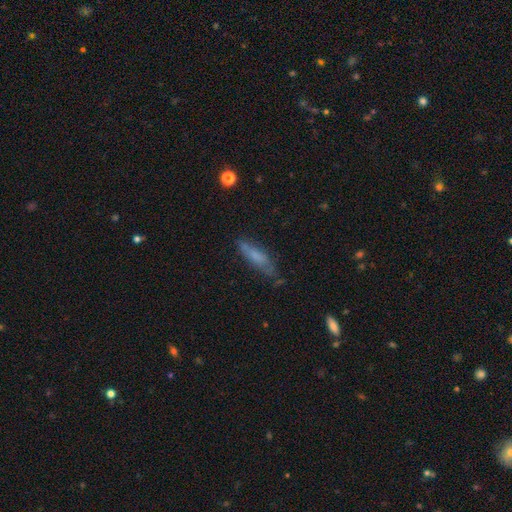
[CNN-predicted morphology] Smooth or featured: smooth — 61% (featured or disk — 31%)
How rounded: cigar-shaped — 67% (in between — 31%)
Merging: none — 64% (minor disturbance — 25%)